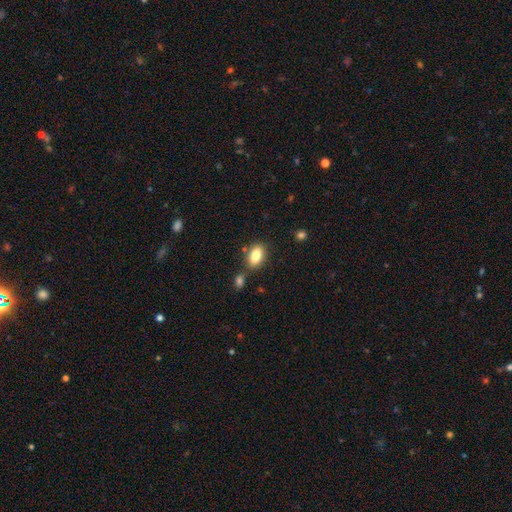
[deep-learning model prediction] Overall: smooth (82%). How rounded: in between (89%). Merging: none (72%).